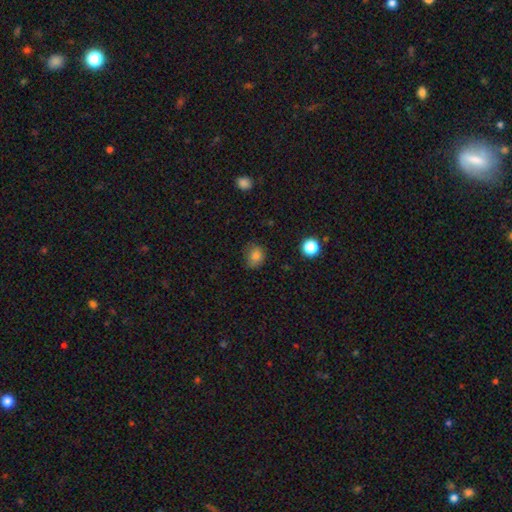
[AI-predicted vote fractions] Smooth or featured?
  - smooth: 82% *
  - star or artifact: 12%
  - featured or disk: 6%
How rounded?
  - round: 71% *
  - in between: 28%
  - cigar-shaped: 1%
Merging?
  - none: 71% *
  - minor disturbance: 23%
  - major disturbance: 5%
  - merger: 2%